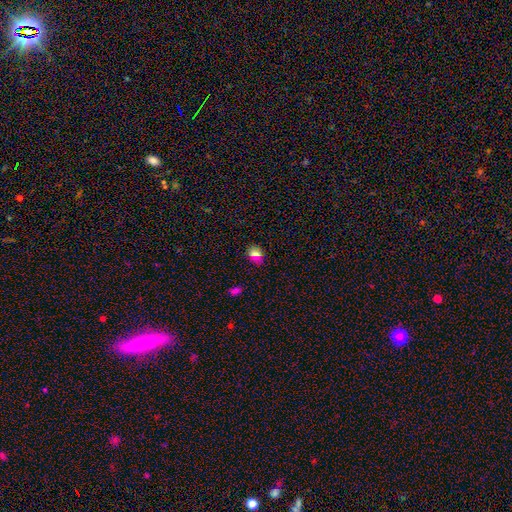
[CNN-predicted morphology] Smooth or featured: smooth — 73% (star or artifact — 17%)
How rounded: in between — 51% (round — 47%)
Merging: none — 85% (minor disturbance — 11%)